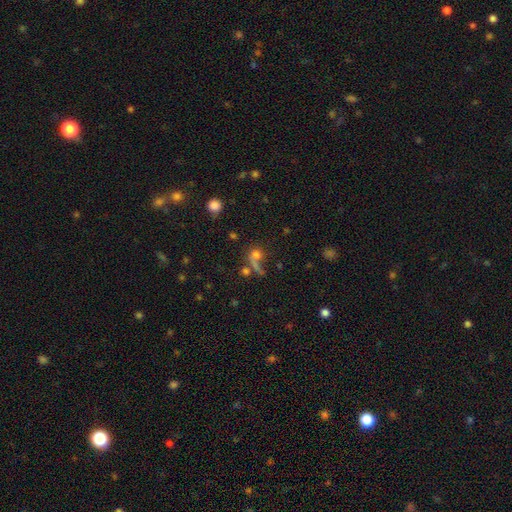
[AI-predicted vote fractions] Q: Smooth or featured?
A: smooth (61%); runner-up: star or artifact (21%)
Q: How rounded?
A: round (67%); runner-up: in between (26%)
Q: Merging?
A: none (39%); runner-up: merger (32%)